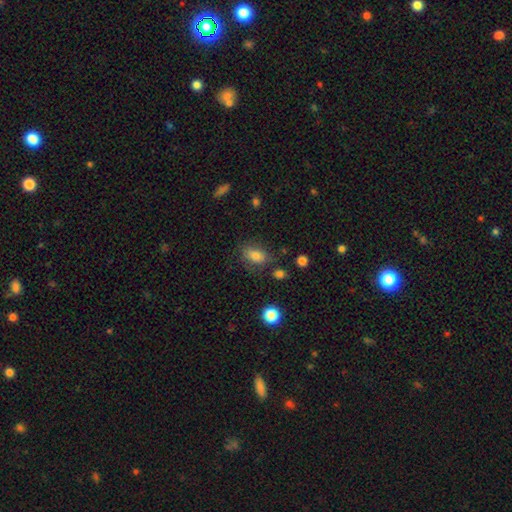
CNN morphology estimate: type=smooth (78%); roundness=in between (82%); merging=none (69%).